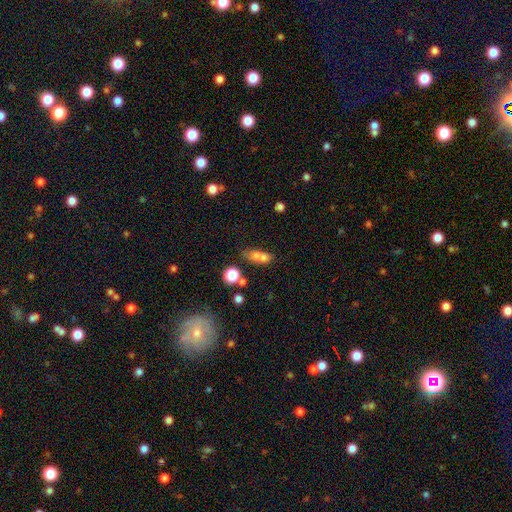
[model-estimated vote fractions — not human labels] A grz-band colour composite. It shows a smooth galaxy with no disk features (68%) that is in between round and cigar-shaped (59%). Merging: merger (42%).